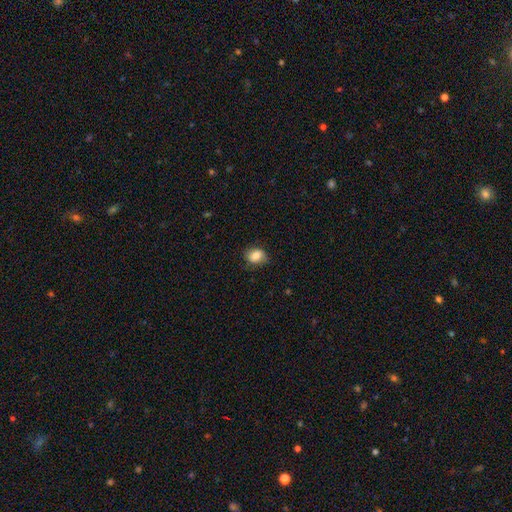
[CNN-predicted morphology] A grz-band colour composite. It shows a smooth galaxy with no disk features (81%) that is in between round and cigar-shaped (55%). Merging: none (71%).